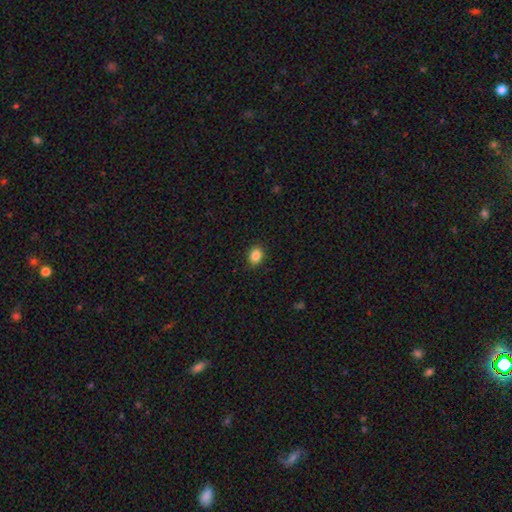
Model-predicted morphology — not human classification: The model was most divided on "how rounded": in between: 51%, round: 48%, cigar-shaped: 1%. More confident: merging — none (90%); smooth or featured — smooth (86%).